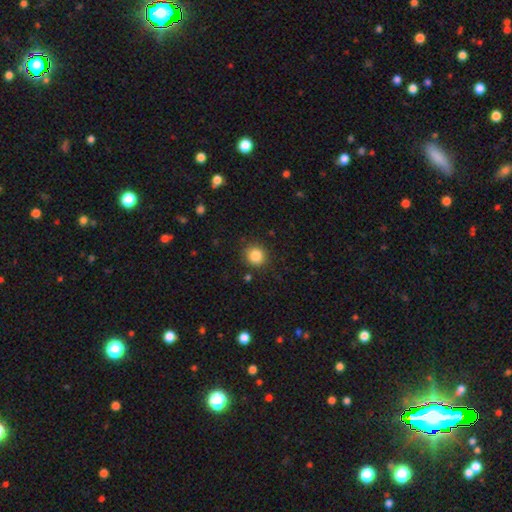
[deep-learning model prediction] Smooth or featured?
  - smooth: 85% *
  - star or artifact: 10%
  - featured or disk: 4%
How rounded?
  - round: 87% *
  - in between: 12%
  - cigar-shaped: 1%
Merging?
  - none: 87% *
  - minor disturbance: 9%
  - major disturbance: 3%
  - merger: 2%